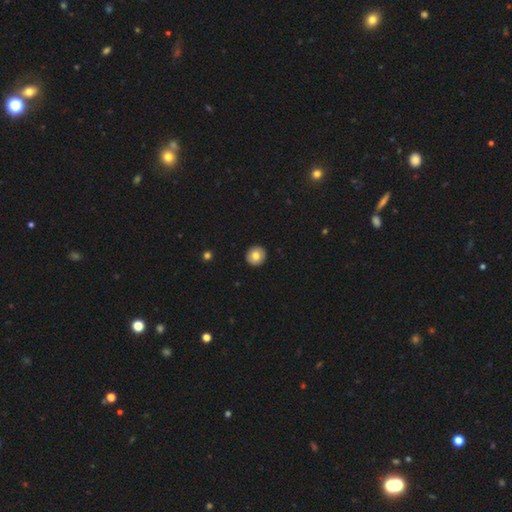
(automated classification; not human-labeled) Smooth or featured: smooth — 79% (featured or disk — 13%)
How rounded: round — 93% (in between — 6%)
Merging: none — 93% (minor disturbance — 5%)